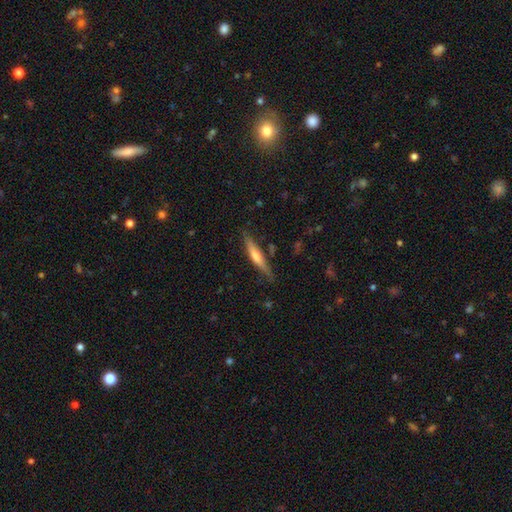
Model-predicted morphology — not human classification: Overall: featured or disk (48%; smooth 46%). Merging: none (81%).